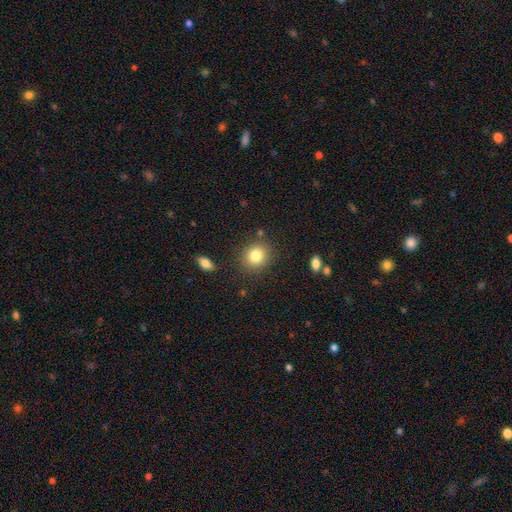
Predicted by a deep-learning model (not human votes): Morphology: type=smooth (83%); roundness=round (76%); merging=none (84%).